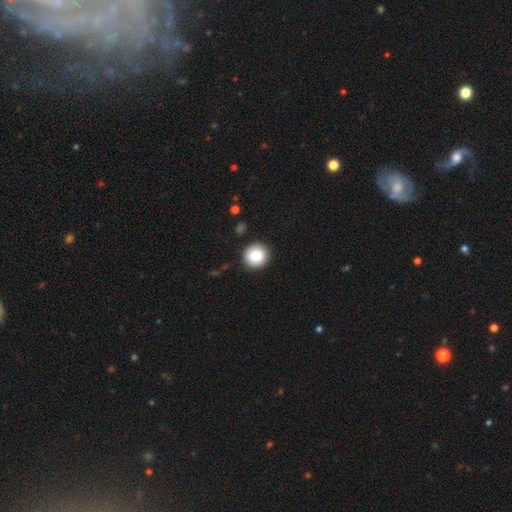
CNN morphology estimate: Smooth or featured? Predicted: smooth (p=0.83). How rounded? Predicted: round (p=0.91). Merging? Predicted: none (p=0.90).